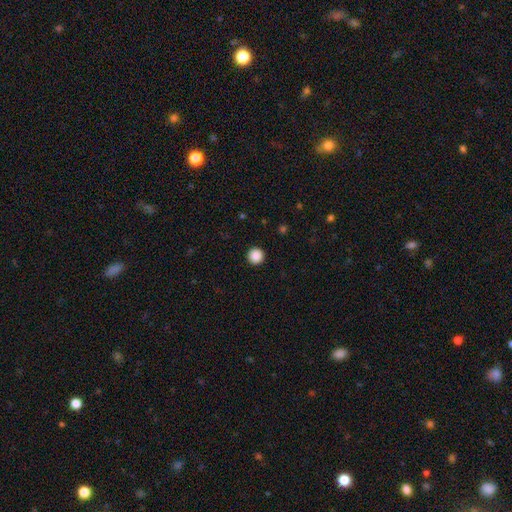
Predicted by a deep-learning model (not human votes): The model was most divided on "smooth or featured": smooth: 88%, star or artifact: 9%, featured or disk: 2%. More confident: how rounded — round (96%); merging — none (94%).